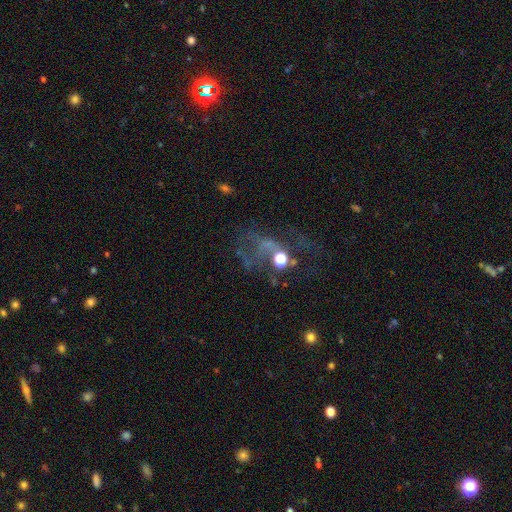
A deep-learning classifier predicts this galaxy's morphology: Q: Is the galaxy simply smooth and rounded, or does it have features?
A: featured or disk — 43%.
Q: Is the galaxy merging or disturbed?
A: major disturbance — 42%.